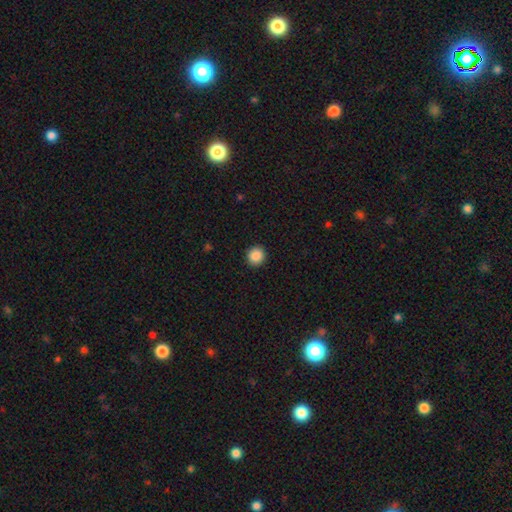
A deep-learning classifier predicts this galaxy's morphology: Q: Smooth or featured?
A: smooth (88%); runner-up: star or artifact (9%)
Q: How rounded?
A: round (91%); runner-up: in between (8%)
Q: Merging?
A: none (93%); runner-up: minor disturbance (5%)